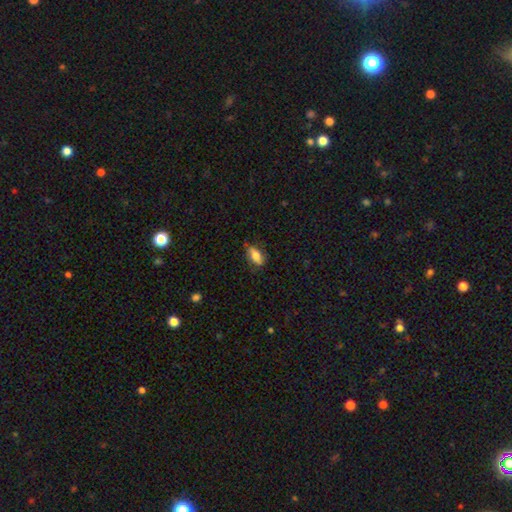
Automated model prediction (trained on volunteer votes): This is likely a smooth galaxy (76%). How rounded: clearly in between (83%). Merging: likely none (74%).